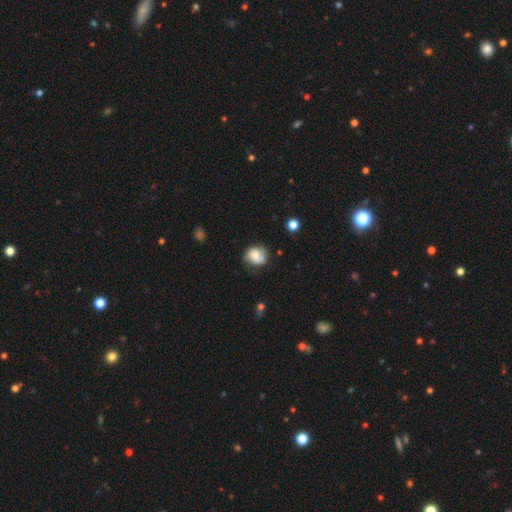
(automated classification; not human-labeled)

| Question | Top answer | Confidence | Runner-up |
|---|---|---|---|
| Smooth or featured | smooth | 60% | featured or disk (31%) |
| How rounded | round | 73% | in between (27%) |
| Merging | none | 66% | minor disturbance (24%) |